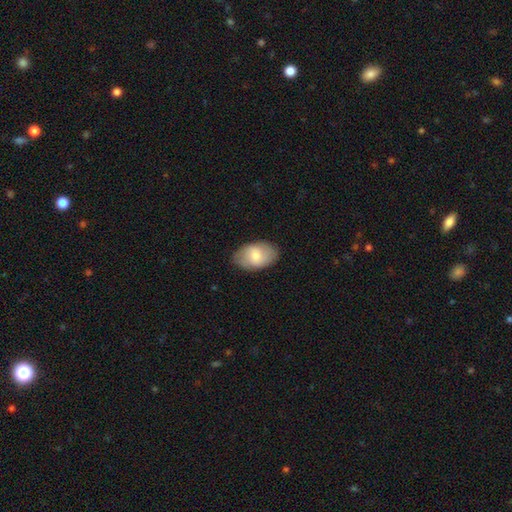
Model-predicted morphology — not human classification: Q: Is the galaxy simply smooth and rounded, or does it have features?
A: smooth — 69%.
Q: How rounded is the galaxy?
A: in between — 92%.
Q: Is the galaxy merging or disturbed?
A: none — 83%.